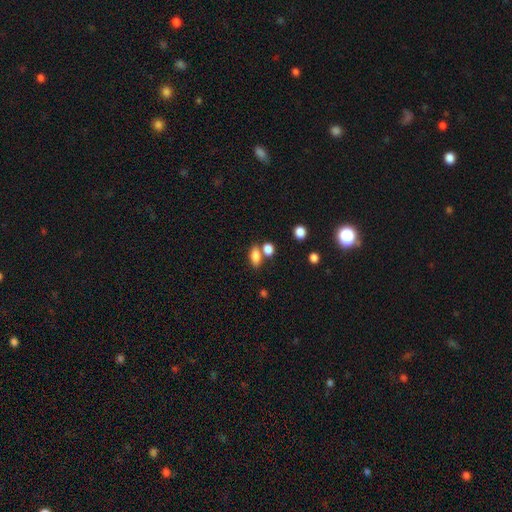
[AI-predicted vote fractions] Overall: smooth (83%). How rounded: in between (84%). Merging: none (54%; merger 30%).